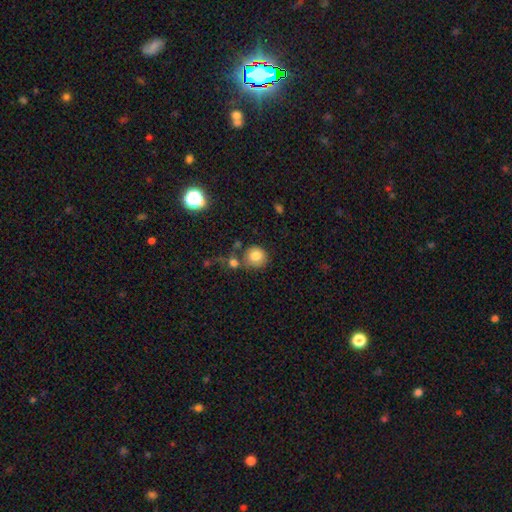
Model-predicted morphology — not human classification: Overall: smooth (82%). How rounded: round (86%). Merging: none (65%).